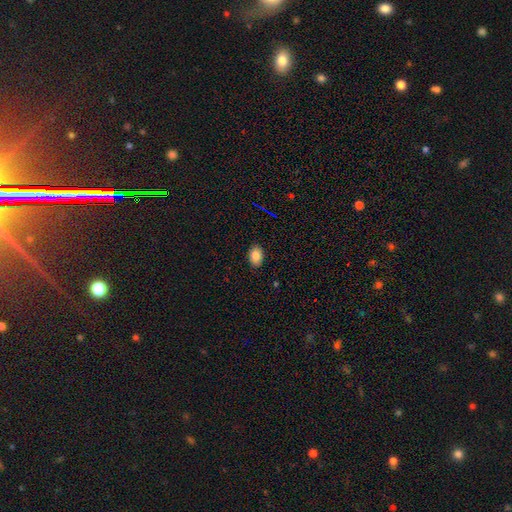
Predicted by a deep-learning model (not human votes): A smooth galaxy with no disk features (85%) that is in between round and cigar-shaped (83%). Merging: none (88%).